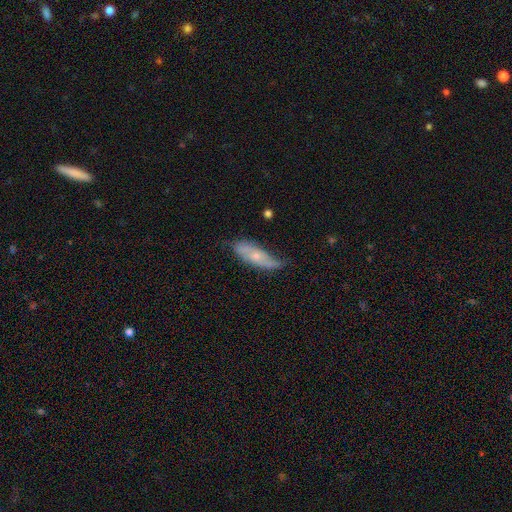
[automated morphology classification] type=featured or disk (49%); merging=none (53%).